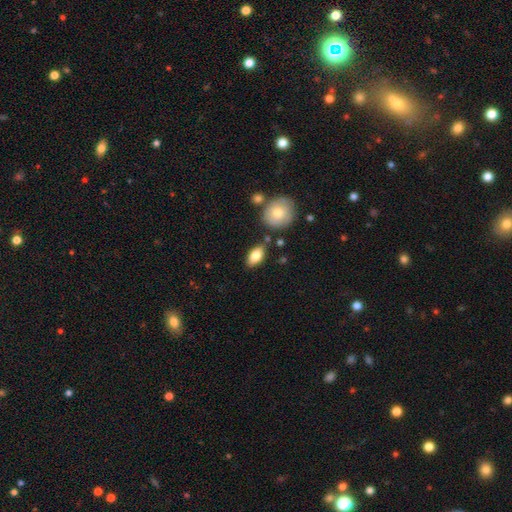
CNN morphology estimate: smooth 80%, featured or disk 13%, star or artifact 7%. Down the decision tree: how rounded — in between (89%); merging — none (81%).